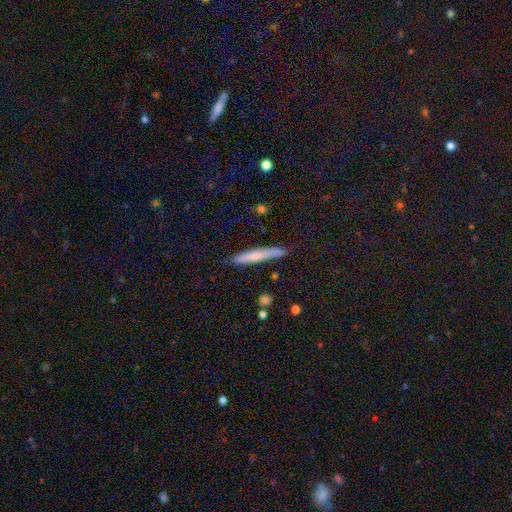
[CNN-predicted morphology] Q: Smooth or featured?
A: smooth (64%); runner-up: featured or disk (29%)
Q: How rounded?
A: cigar-shaped (94%); runner-up: in between (4%)
Q: Merging?
A: none (85%); runner-up: minor disturbance (12%)